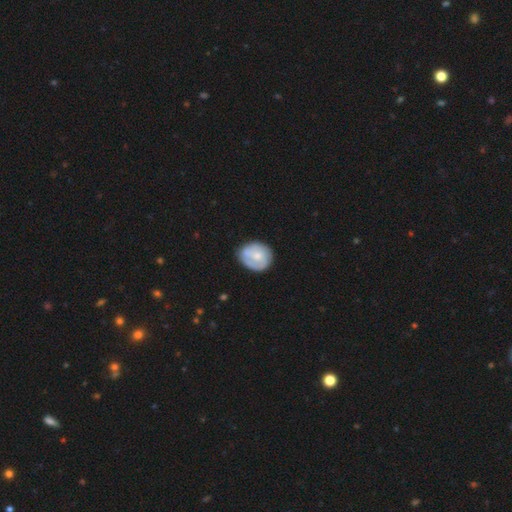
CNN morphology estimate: Q: Smooth or featured?
A: smooth (51%); runner-up: featured or disk (43%)
Q: How rounded?
A: round (70%); runner-up: in between (29%)
Q: Merging?
A: none (63%); runner-up: minor disturbance (26%)